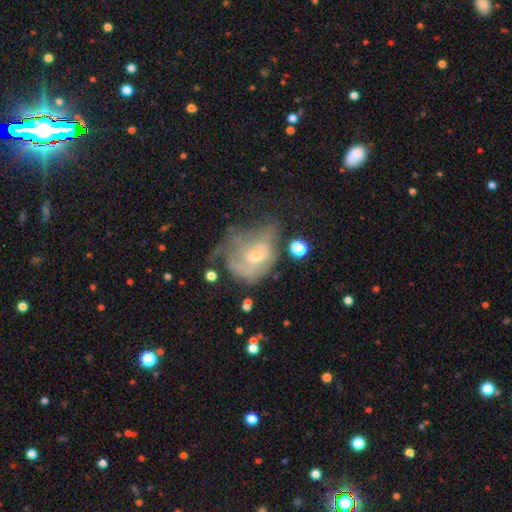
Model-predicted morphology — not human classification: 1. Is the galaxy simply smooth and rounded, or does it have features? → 56% featured or disk, 32% smooth, 11% star or artifact.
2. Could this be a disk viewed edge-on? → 96% no, 4% yes.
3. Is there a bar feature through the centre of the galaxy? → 69% no, 26% weak, 5% strong.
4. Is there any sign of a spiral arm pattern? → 55% no, 45% yes.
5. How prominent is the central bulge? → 53% small, 42% moderate, 2% large, 2% none, 1% dominant.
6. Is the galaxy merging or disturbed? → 45% major disturbance, 24% none, 23% minor disturbance, 8% merger.